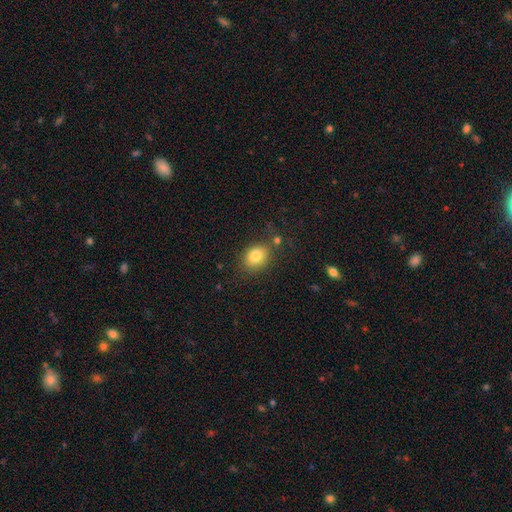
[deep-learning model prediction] smooth-or-featured: smooth: 81% | star or artifact: 10% | featured or disk: 8%
  how-rounded: in between: 53% | round: 46% | cigar-shaped: 1%
  merging: none: 75% | minor disturbance: 14% | merger: 6% | major disturbance: 5%